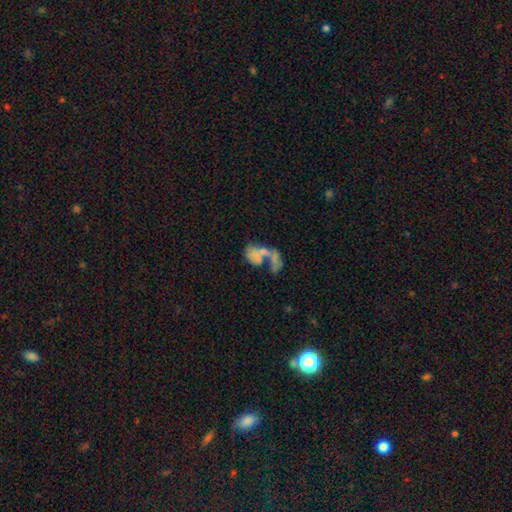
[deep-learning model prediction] This is possibly a featured or disk galaxy (47%). Merging: possibly merger (58%).